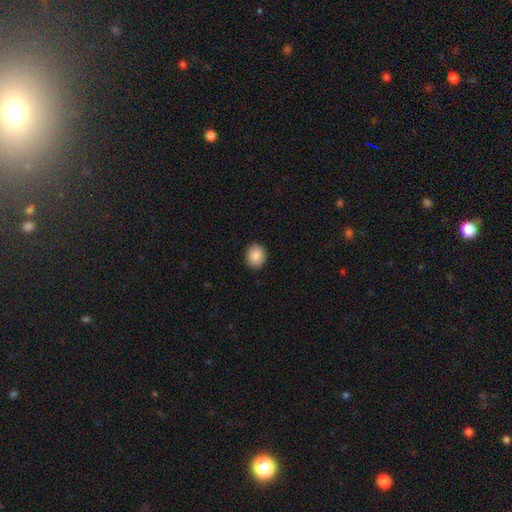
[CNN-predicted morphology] type=smooth (88%); roundness=round (67%); merging=none (90%).